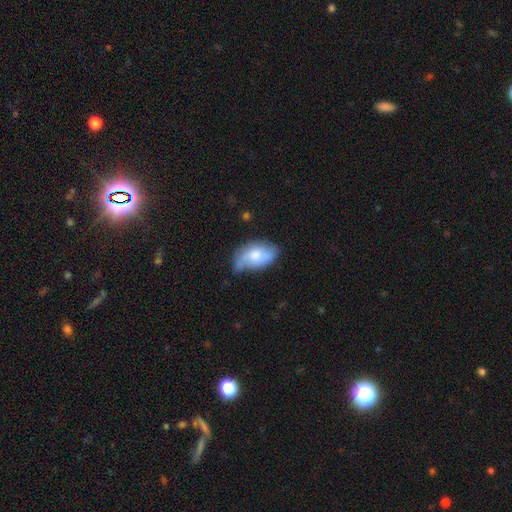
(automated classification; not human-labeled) A smooth galaxy with no disk features (57%) that is in between round and cigar-shaped (92%).

Vote fractions:
- Smooth or featured? smooth: 57% / featured or disk: 37% / star or artifact: 6%
- How rounded? in between: 92% / round: 5% / cigar-shaped: 2%
- Merging? none: 47% / minor disturbance: 37% / major disturbance: 10% / merger: 6%